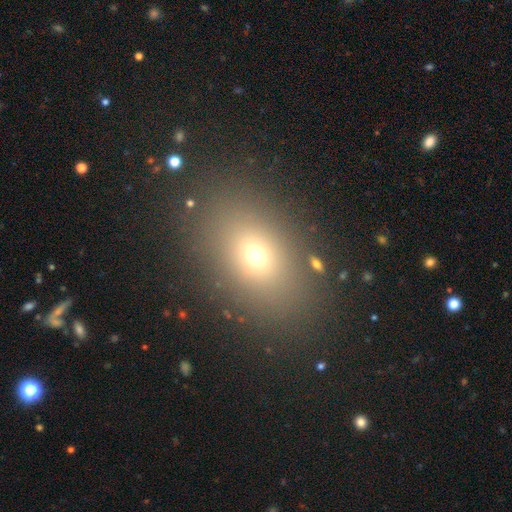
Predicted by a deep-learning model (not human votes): Overall: smooth (67%). How rounded: in between (68%; round 30%). Merging: none (86%).